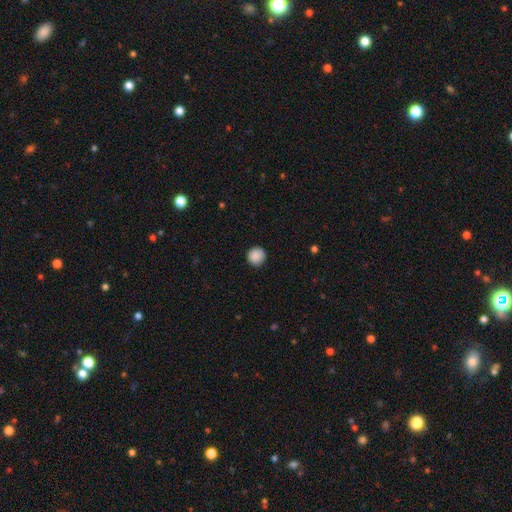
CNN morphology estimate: Smooth or featured? smooth (89%)
How rounded? round (94%)
Merging? none (90%)